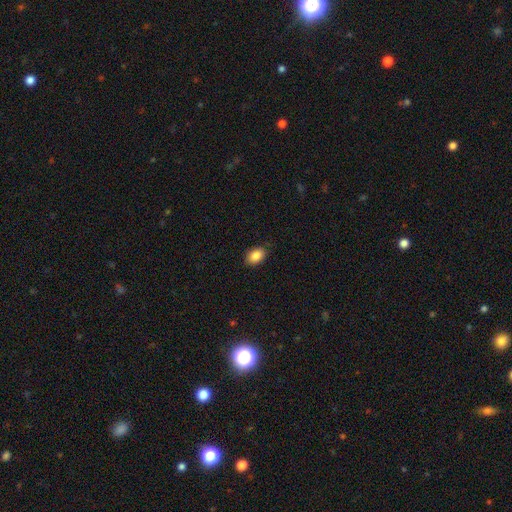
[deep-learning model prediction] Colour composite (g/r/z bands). It shows a smooth galaxy with no disk features (86%) that is in between round and cigar-shaped (84%). Merging: none (85%).